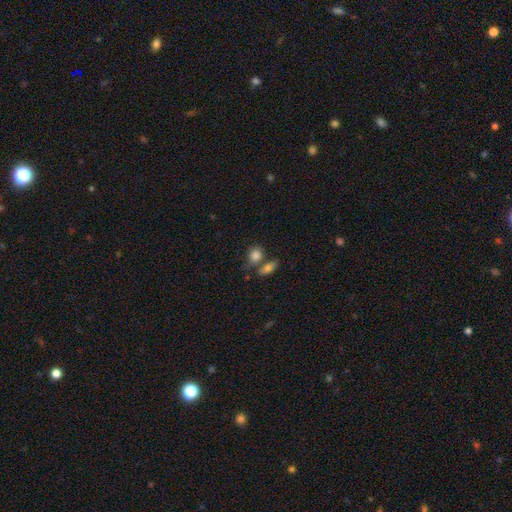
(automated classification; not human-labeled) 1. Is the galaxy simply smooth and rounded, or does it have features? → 83% smooth, 9% star or artifact, 8% featured or disk.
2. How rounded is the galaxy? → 50% round, 47% in between, 3% cigar-shaped.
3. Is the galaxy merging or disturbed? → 49% none, 32% merger, 14% minor disturbance, 5% major disturbance.